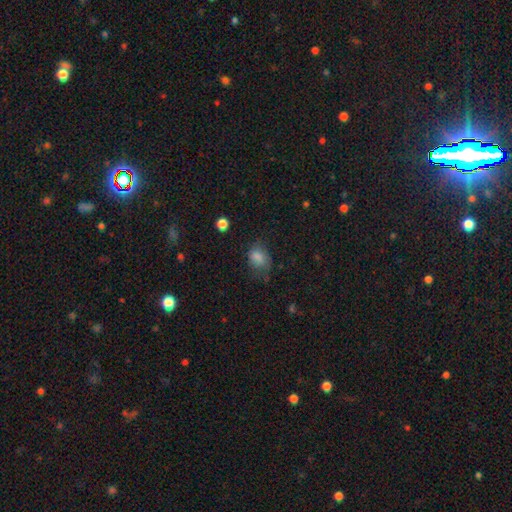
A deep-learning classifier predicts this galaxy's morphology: Smooth or featured?
  - smooth: 71% *
  - star or artifact: 19%
  - featured or disk: 11%
How rounded?
  - in between: 51% *
  - round: 47%
  - cigar-shaped: 1%
Merging?
  - none: 59% *
  - minor disturbance: 26%
  - major disturbance: 13%
  - merger: 2%